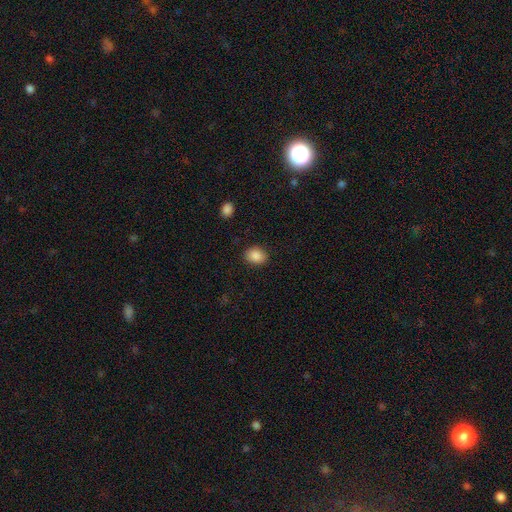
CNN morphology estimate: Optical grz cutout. It shows a smooth galaxy with no disk features (88%) that is in between round and cigar-shaped (57%). Merging: none (88%).